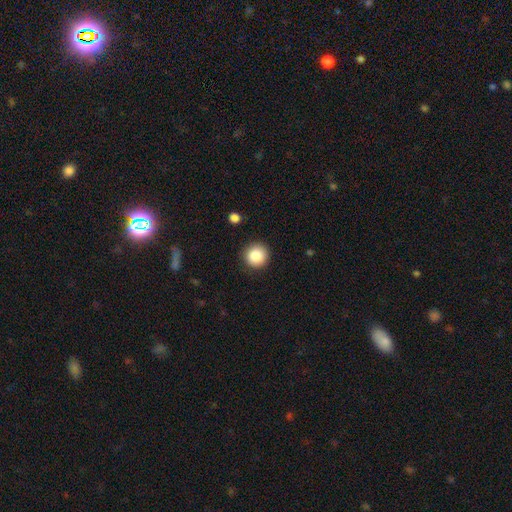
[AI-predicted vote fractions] A smooth galaxy with no disk features (87%) that is round (93%). Merging: none (90%).